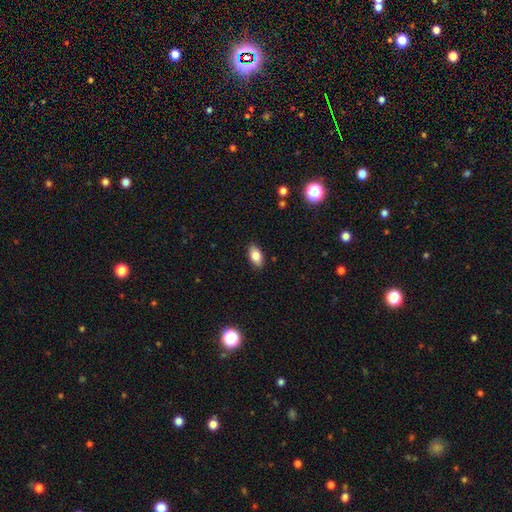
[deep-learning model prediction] smooth_or_featured: smooth (p=0.83) [alt: featured or disk p=0.09]
how_rounded: in between (p=0.92) [alt: round p=0.05]
merging: none (p=0.88) [alt: minor disturbance p=0.09]